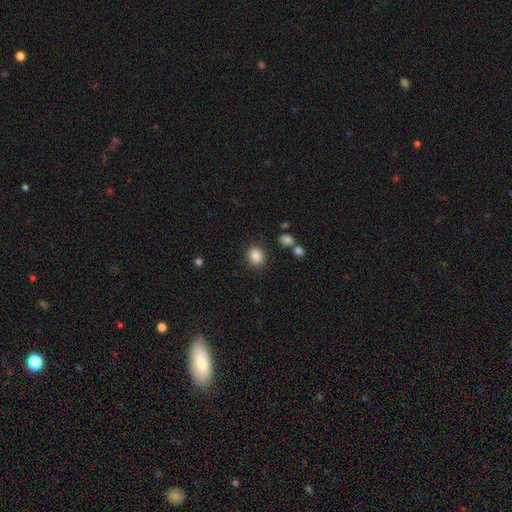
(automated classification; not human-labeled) The model was most divided on "how rounded": round: 51%, in between: 48%, cigar-shaped: 1%. More confident: smooth or featured — smooth (87%); merging — none (84%).